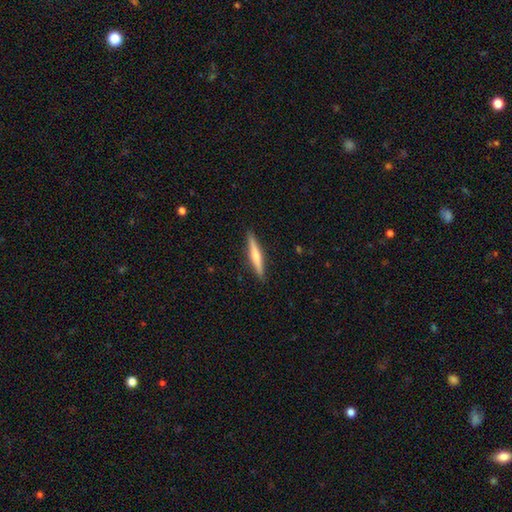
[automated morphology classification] The model was most divided on "smooth or featured": featured or disk: 52%, smooth: 43%, star or artifact: 5%. More confident: edge-on disk — yes (97%); merging — none (91%); edge-on bulge — rounded (79%).